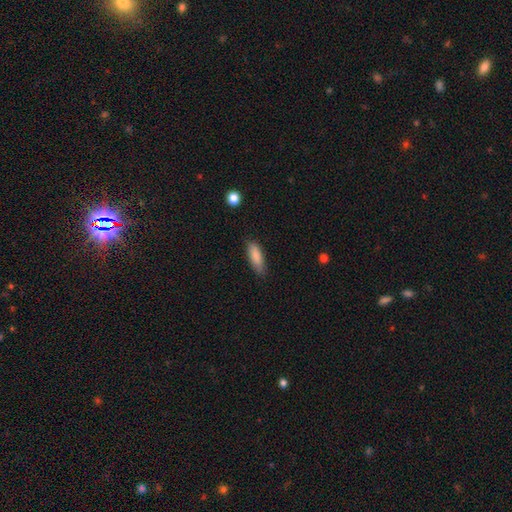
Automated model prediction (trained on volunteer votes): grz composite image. It shows a smooth galaxy with no disk features (86%) that is in between round and cigar-shaped (62%). Merging: none (78%).